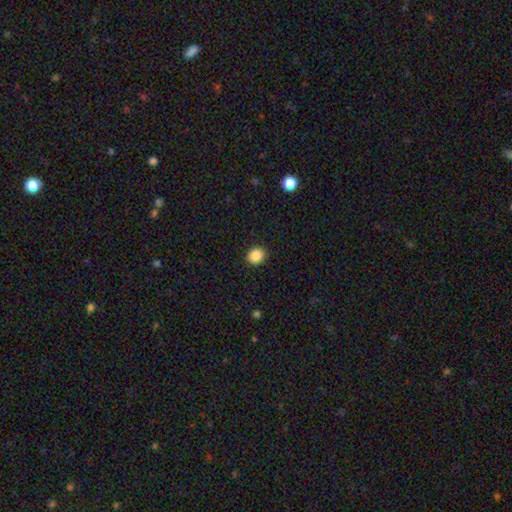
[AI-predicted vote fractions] Overall: smooth (88%). How rounded: round (76%). Merging: none (91%).